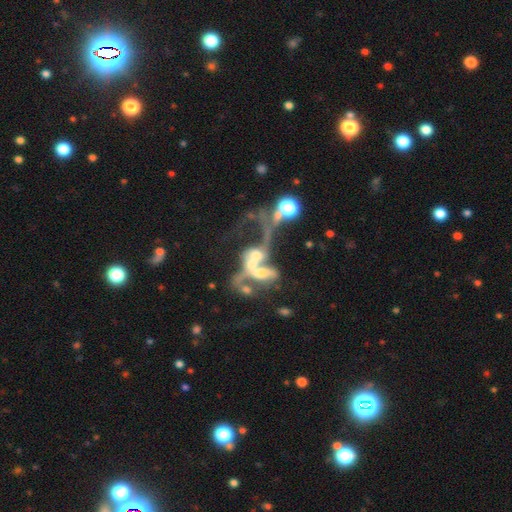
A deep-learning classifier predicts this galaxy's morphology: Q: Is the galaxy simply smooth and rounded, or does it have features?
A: featured or disk — 61%.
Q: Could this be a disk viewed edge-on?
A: no — 93%.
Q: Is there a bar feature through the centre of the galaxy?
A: no — 73%.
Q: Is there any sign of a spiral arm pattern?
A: no — 64%.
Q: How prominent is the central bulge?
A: moderate — 34%.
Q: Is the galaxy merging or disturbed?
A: merger — 70%.